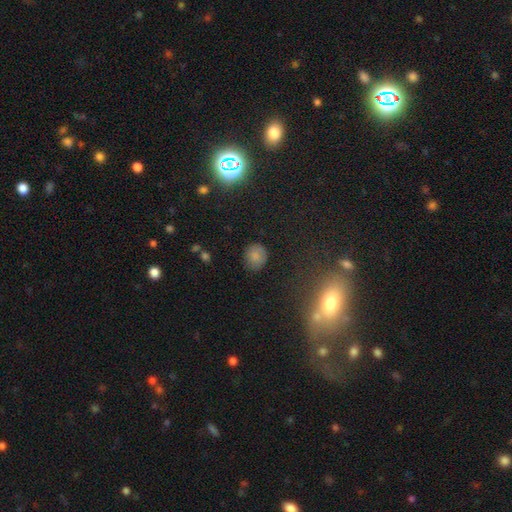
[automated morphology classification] Smooth or featured? smooth (78%)
How rounded? round (73%)
Merging? none (79%)